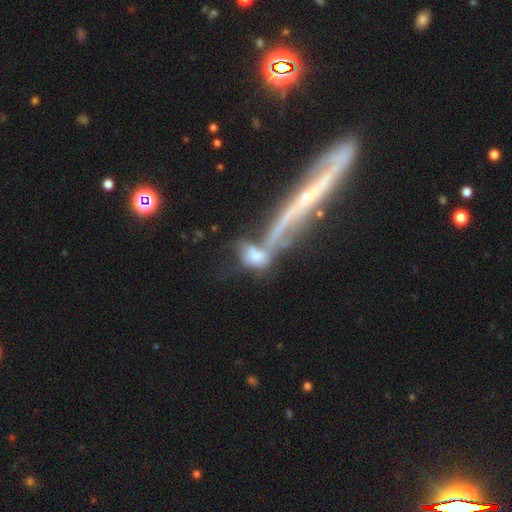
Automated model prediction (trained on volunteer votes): A smooth galaxy with no disk features (54%) that is in between round and cigar-shaped (64%). Merging: merger (53%).